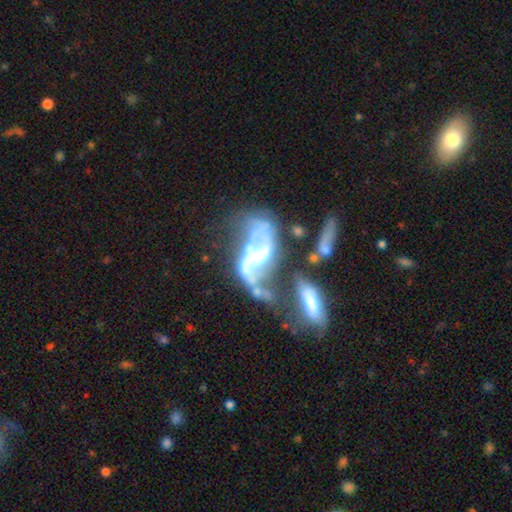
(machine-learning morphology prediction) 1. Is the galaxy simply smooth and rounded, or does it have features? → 78% featured or disk, 13% smooth, 9% star or artifact.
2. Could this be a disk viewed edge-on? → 95% no, 5% yes.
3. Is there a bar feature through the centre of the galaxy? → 43% no, 35% weak, 22% strong.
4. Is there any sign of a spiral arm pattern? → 69% yes, 31% no.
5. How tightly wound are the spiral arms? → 66% loose, 26% medium, 8% tight.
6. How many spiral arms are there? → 75% 2, 13% can't tell, 8% 1, 2% 3, 1% 4, 1% more than 4.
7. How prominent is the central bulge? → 34% none, 28% moderate, 25% small, 11% large, 2% dominant.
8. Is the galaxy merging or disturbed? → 39% merger, 29% major disturbance, 19% none, 13% minor disturbance.